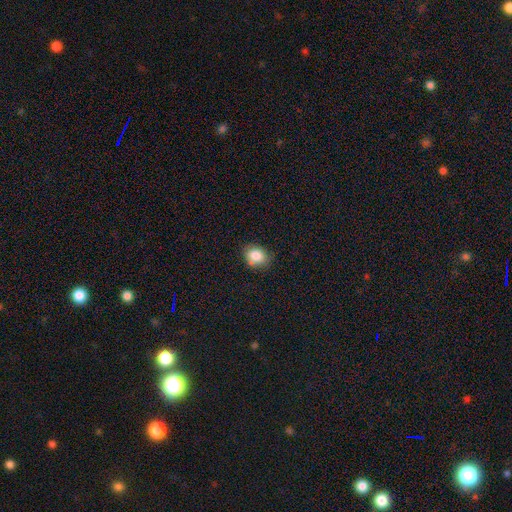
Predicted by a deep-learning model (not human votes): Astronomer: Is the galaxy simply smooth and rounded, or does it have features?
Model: smooth — 84%.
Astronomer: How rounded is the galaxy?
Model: round — 53% (runner-up: in between, 46%).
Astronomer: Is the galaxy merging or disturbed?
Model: none — 77%.